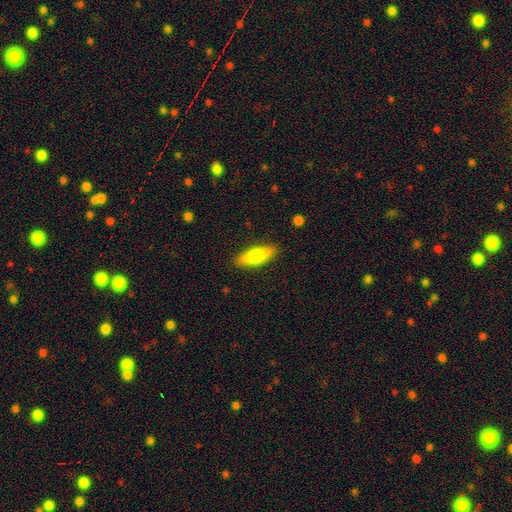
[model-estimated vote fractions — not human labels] Smooth or featured?
  - smooth: 74% *
  - featured or disk: 21%
  - star or artifact: 6%
How rounded?
  - in between: 54% *
  - cigar-shaped: 44%
  - round: 2%
Merging?
  - none: 88% *
  - minor disturbance: 9%
  - major disturbance: 2%
  - merger: 1%